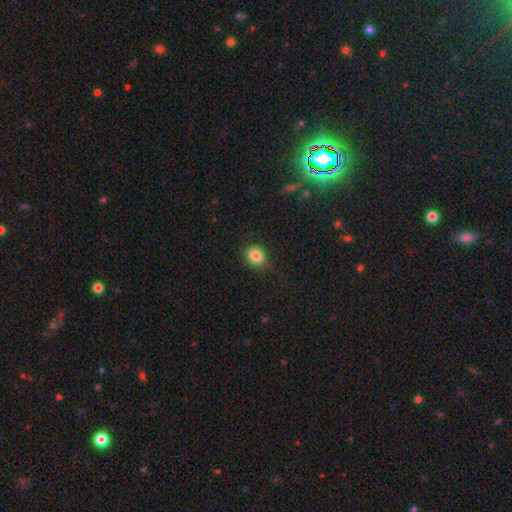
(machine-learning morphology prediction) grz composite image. It shows a smooth galaxy with no disk features (85%) that is round (60%). Merging: none (80%).